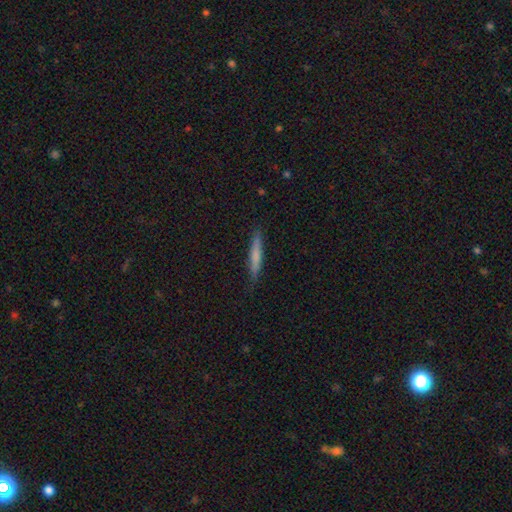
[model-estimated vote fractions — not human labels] Smooth or featured? Predicted: smooth (p=0.66). How rounded? Predicted: cigar-shaped (p=0.94). Merging? Predicted: none (p=0.86).